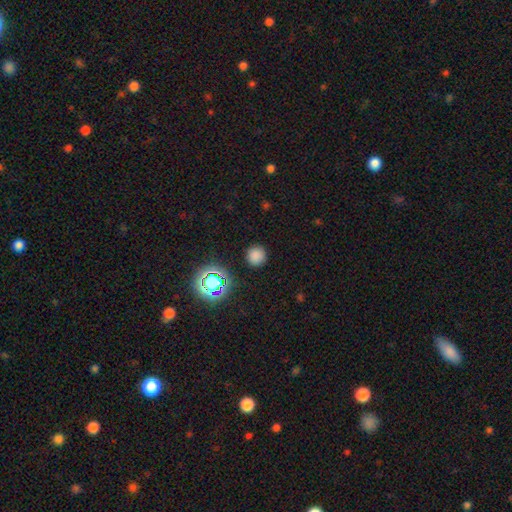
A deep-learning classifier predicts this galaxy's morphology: type=smooth (76%); roundness=round (94%); merging=none (88%).